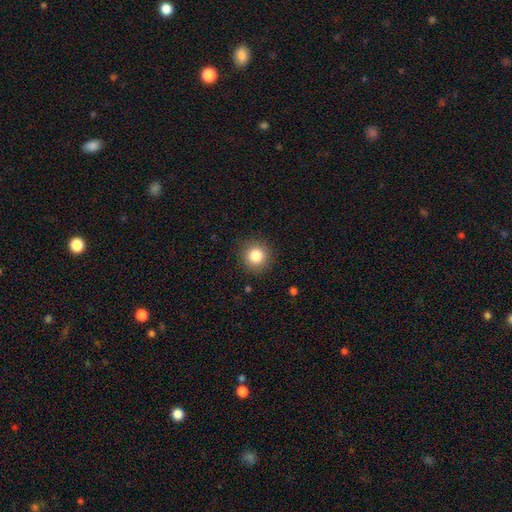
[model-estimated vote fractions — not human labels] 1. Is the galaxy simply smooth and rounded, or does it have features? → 84% smooth, 11% star or artifact, 6% featured or disk.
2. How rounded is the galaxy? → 94% round, 5% in between, 1% cigar-shaped.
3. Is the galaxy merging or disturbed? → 90% none, 7% minor disturbance, 2% major disturbance, 1% merger.